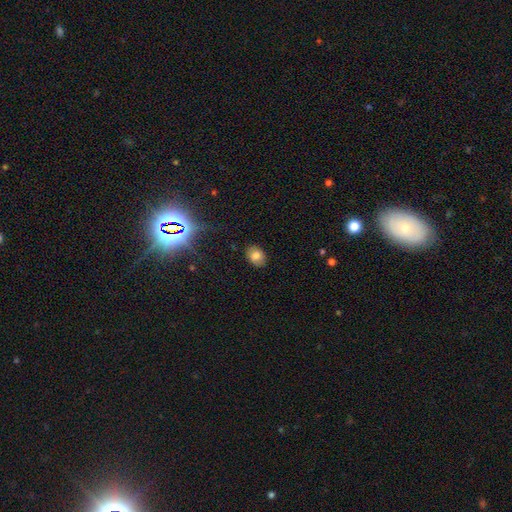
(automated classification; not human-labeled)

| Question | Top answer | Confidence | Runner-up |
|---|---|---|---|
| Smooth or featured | smooth | 76% | featured or disk (12%) |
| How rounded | in between | 68% | round (30%) |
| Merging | none | 87% | minor disturbance (10%) |